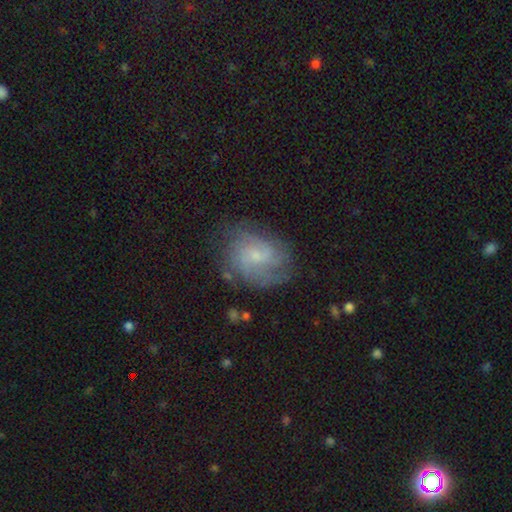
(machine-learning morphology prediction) A featured or disk galaxy (71%) with no bar (59%), tight (42%) spiral arms (91%) and a small central bulge (69%).

Vote fractions:
- Smooth or featured? featured or disk: 71% / smooth: 21% / star or artifact: 8%
- Edge-on disk? no: 97% / yes: 3%
- Bar? no: 59% / weak: 36% / strong: 4%
- Spiral arms? yes: 91% / no: 9%
- Spiral winding? tight: 42% / medium: 41% / loose: 17%
- Spiral arm count? can't tell: 36% / 2: 27% / 3: 19% / 4: 8% / 1: 5% / more than 4: 5%
- Bulge size? small: 69% / moderate: 20% / none: 9% / large: 2% / dominant: 1%
- Merging? none: 68% / minor disturbance: 20% / major disturbance: 10% / merger: 2%